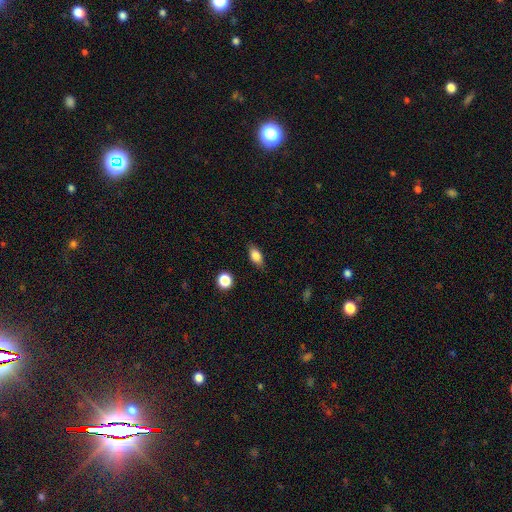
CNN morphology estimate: A smooth galaxy with no disk features (81%) that is in between round and cigar-shaped (83%). Merging: none (83%).